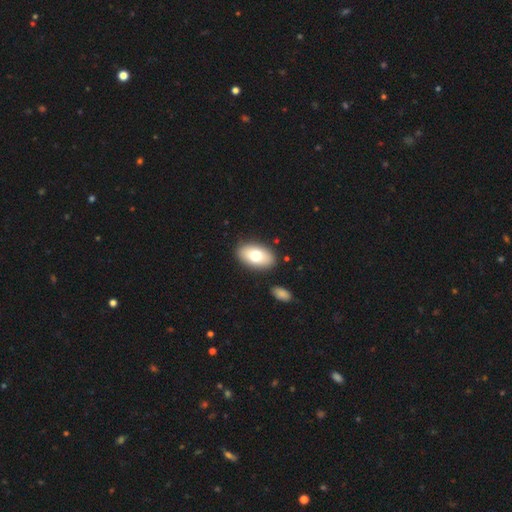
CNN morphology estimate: Overall: smooth (73%). How rounded: in between (92%). Merging: none (86%).